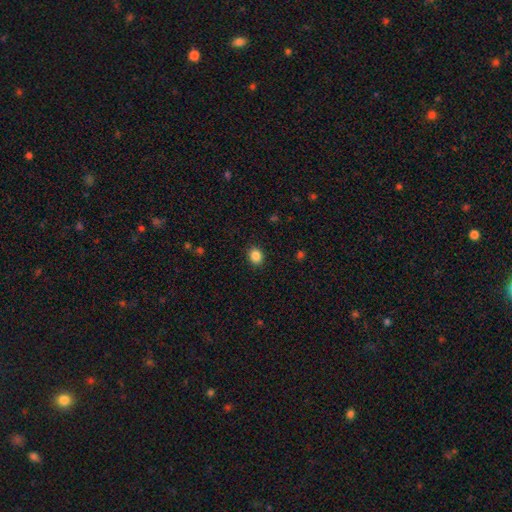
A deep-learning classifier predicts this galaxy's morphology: smooth_or_featured: smooth (p=0.86) [alt: star or artifact p=0.10]
how_rounded: round (p=0.62) [alt: in between p=0.37]
merging: none (p=0.89) [alt: minor disturbance p=0.08]